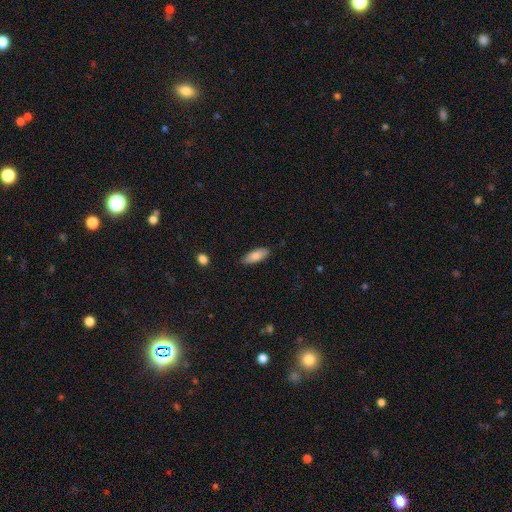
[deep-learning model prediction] Smooth or featured? Predicted: smooth (p=0.84). How rounded? Predicted: in between (p=0.71). Merging? Predicted: none (p=0.86).